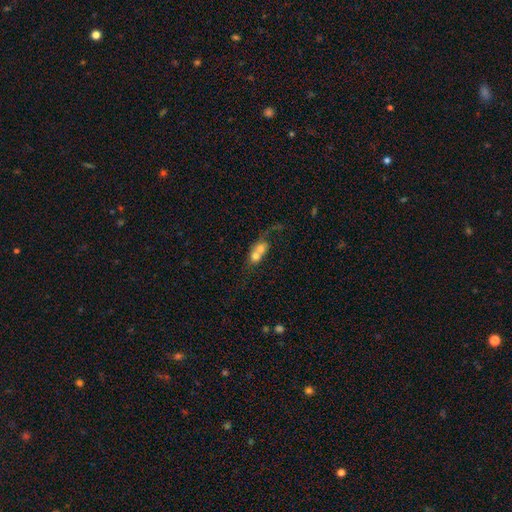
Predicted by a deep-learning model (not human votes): The model was most divided on "how rounded": round: 55%, in between: 41%, cigar-shaped: 4%. More confident: merging — merger (74%); smooth or featured — smooth (64%).